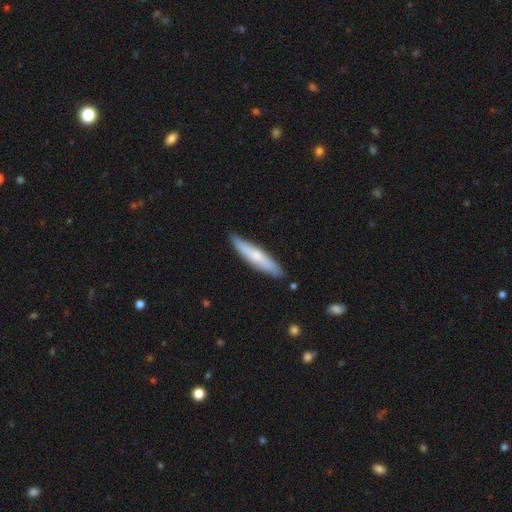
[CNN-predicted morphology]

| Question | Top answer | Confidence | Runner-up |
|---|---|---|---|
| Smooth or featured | smooth | 65% | featured or disk (29%) |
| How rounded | cigar-shaped | 87% | in between (12%) |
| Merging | none | 86% | minor disturbance (11%) |